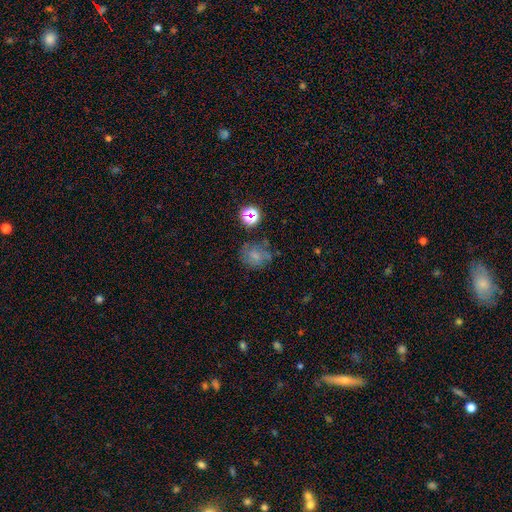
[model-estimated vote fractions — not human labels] Smooth or featured? smooth (62%)
How rounded? round (70%)
Merging? none (60%)